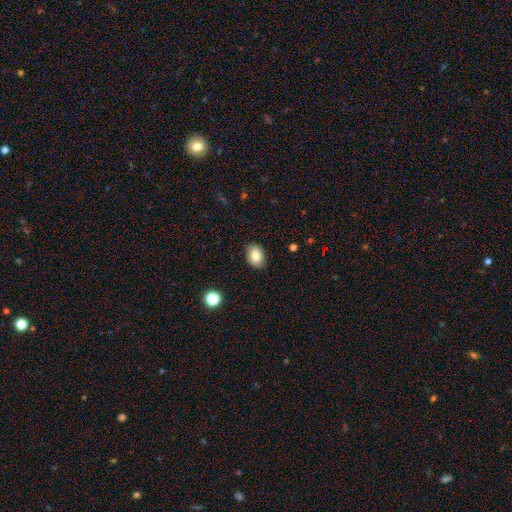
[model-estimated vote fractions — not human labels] This is clearly a smooth galaxy (82%). How rounded: likely in between (79%). Merging: clearly none (86%).